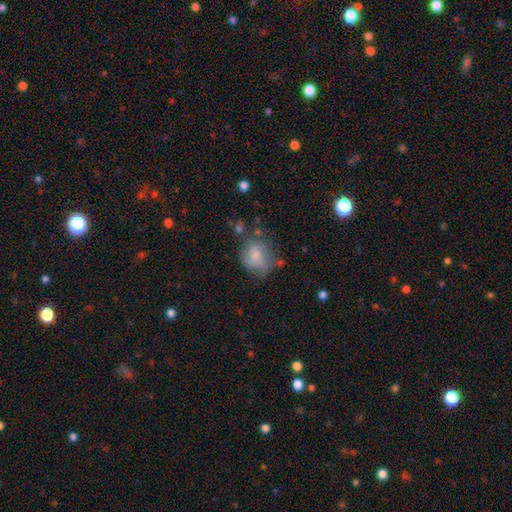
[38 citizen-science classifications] Q: Smooth or featured?
A: smooth (76%); runner-up: featured or disk (21%)
Q: How rounded?
A: round (69%); runner-up: in between (31%)
Q: Merging?
A: none (57%); runner-up: minor disturbance (24%)